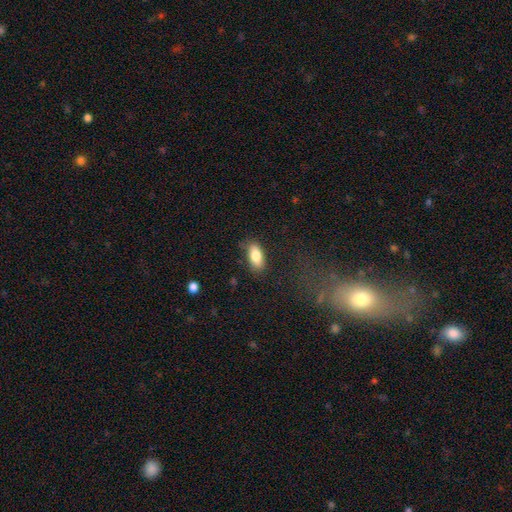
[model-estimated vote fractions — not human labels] Smooth or featured? smooth (83%)
How rounded? in between (89%)
Merging? none (81%)